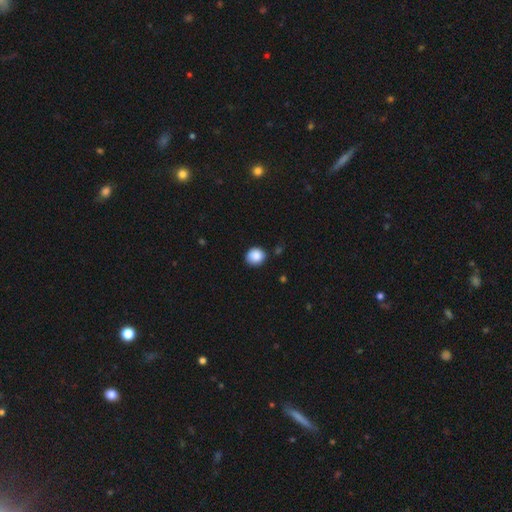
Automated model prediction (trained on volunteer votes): Q: Smooth or featured?
A: smooth (87%); runner-up: star or artifact (8%)
Q: How rounded?
A: round (80%); runner-up: in between (19%)
Q: Merging?
A: none (78%); runner-up: minor disturbance (16%)